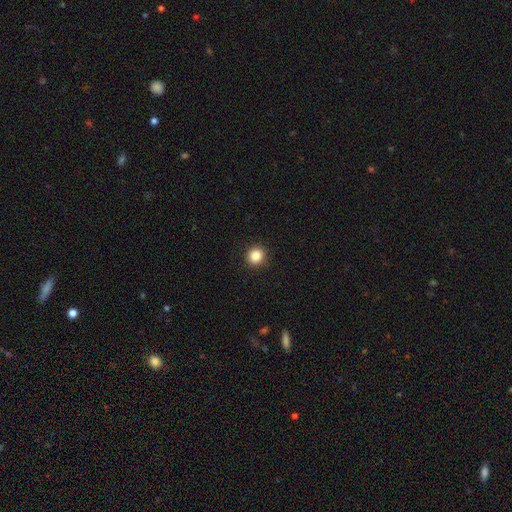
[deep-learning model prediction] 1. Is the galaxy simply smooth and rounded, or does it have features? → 86% smooth, 10% star or artifact, 4% featured or disk.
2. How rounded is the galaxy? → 92% round, 7% in between, 1% cigar-shaped.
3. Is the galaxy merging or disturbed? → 92% none, 5% minor disturbance, 2% major disturbance, 1% merger.